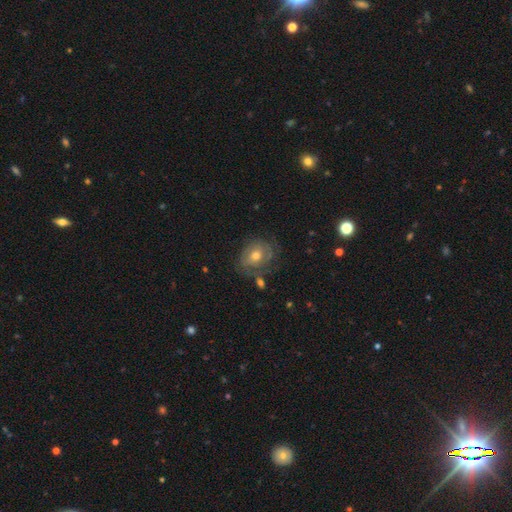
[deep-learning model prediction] featured or disk 57%, smooth 32%, star or artifact 11%. Down the decision tree: edge-on disk — no (96%); bar — no (71%); spiral arms — yes (67%); bulge size — moderate (72%); merging — none (63%).